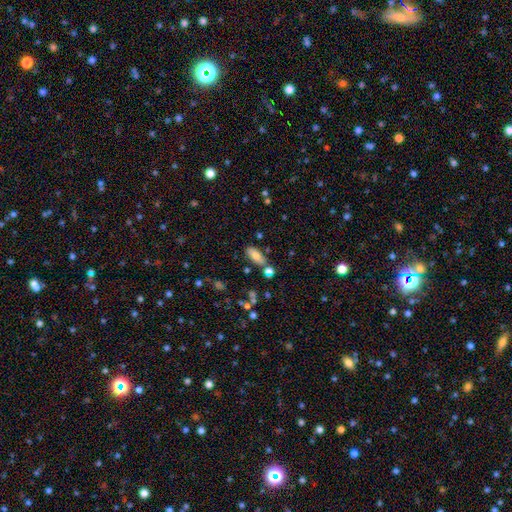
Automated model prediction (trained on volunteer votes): This is likely a smooth galaxy (76%). How rounded: clearly in between (86%). Merging: likely none (69%).